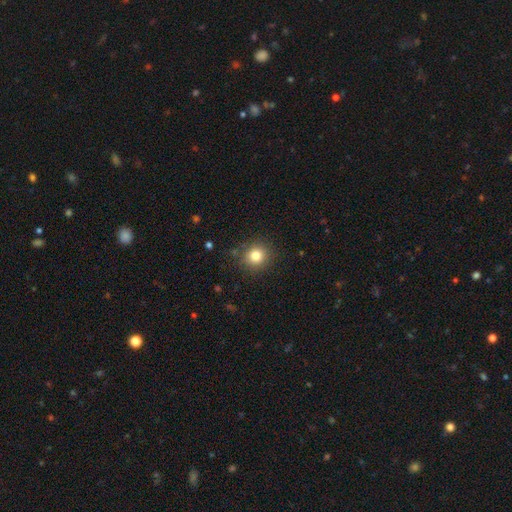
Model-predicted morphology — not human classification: Q: Smooth or featured?
A: smooth (81%); runner-up: star or artifact (12%)
Q: How rounded?
A: round (88%); runner-up: in between (12%)
Q: Merging?
A: none (87%); runner-up: minor disturbance (9%)